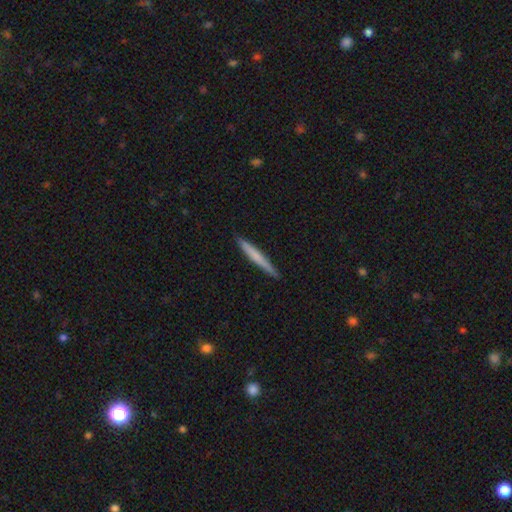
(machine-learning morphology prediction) Smooth or featured? smooth (62%)
How rounded? cigar-shaped (97%)
Merging? none (91%)